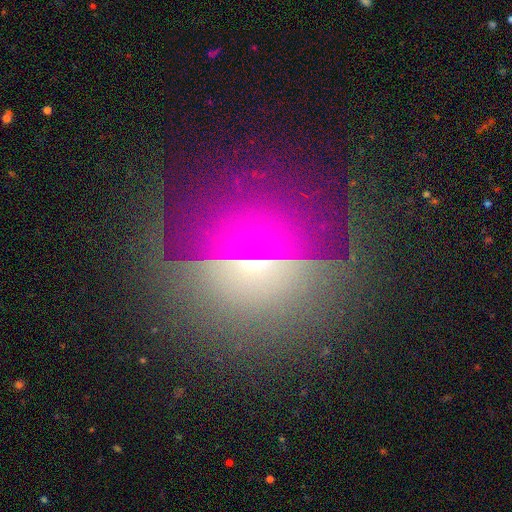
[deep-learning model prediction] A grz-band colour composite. It shows a featured or disk galaxy (44%). Merging: none (79%).